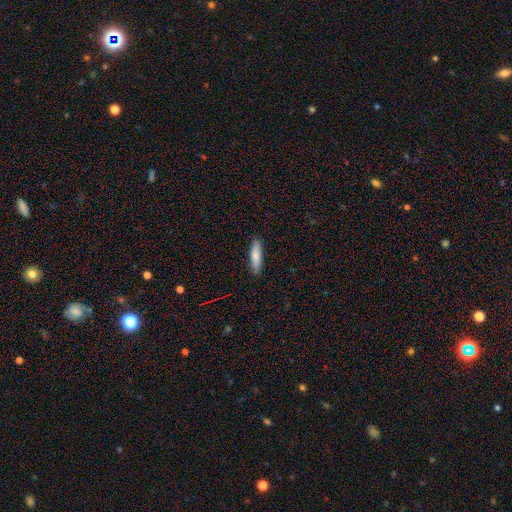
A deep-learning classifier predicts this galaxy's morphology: Overall: smooth (80%). How rounded: cigar-shaped (71%). Merging: none (89%).